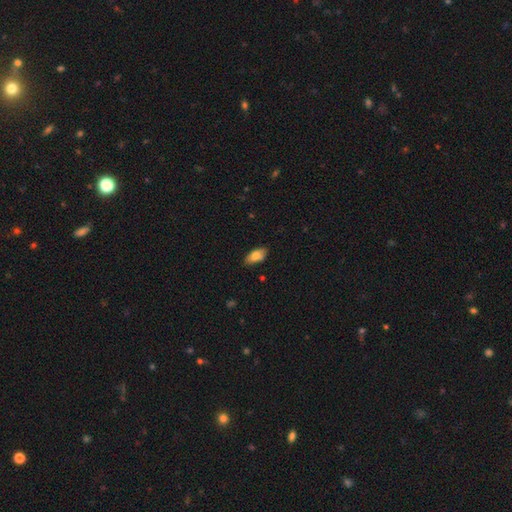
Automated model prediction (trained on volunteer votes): Smooth or featured: smooth — 76% (featured or disk — 17%)
How rounded: in between — 90% (cigar-shaped — 7%)
Merging: none — 81% (minor disturbance — 15%)